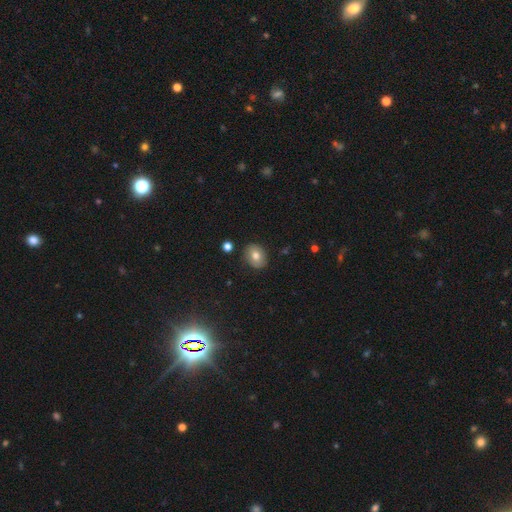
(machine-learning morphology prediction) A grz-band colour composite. It shows a smooth galaxy with no disk features (74%) that is in between round and cigar-shaped (53%). Merging: none (86%).